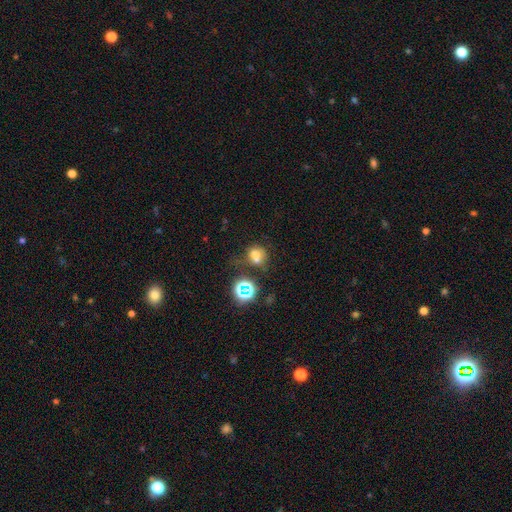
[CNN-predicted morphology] A smooth galaxy with no disk features (61%) that is round (56%). Merging: none (38%).